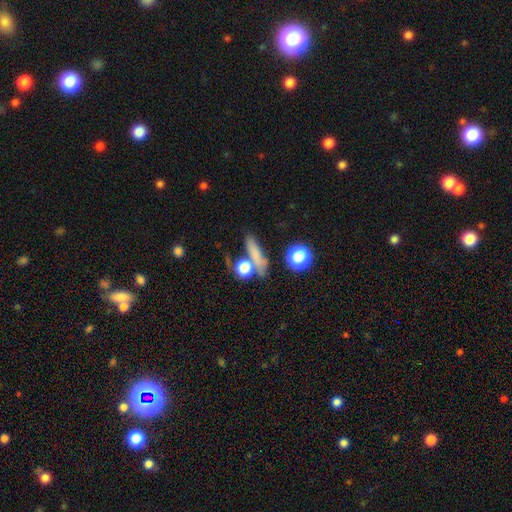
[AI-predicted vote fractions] A smooth galaxy with no disk features (72%) that is cigar-shaped (53%).

Vote fractions:
- Smooth or featured? smooth: 72% / featured or disk: 14% / star or artifact: 14%
- How rounded? cigar-shaped: 53% / round: 25% / in between: 22%
- Merging? none: 68% / merger: 15% / minor disturbance: 12% / major disturbance: 5%